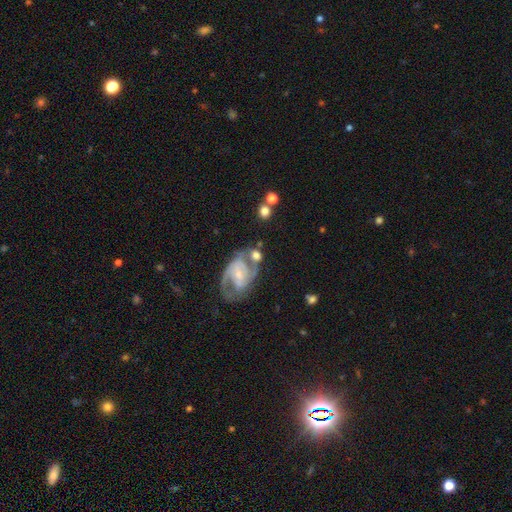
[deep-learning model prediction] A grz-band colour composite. It shows a featured or disk galaxy (64%) with a weak bar (45%), 2 (66%) medium (50%) spiral arms (86%) and a small central bulge (59%). Merging: none (45%).